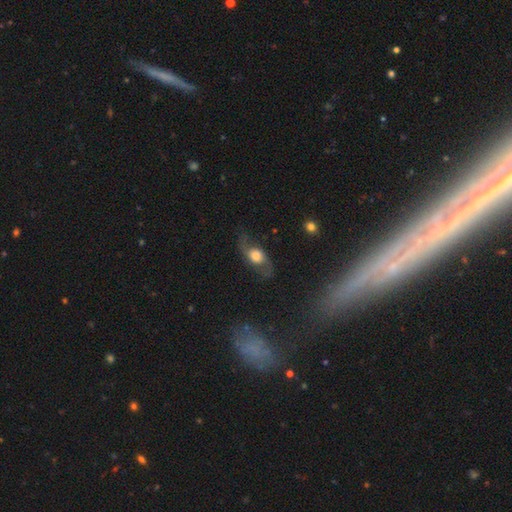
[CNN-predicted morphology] Smooth or featured?
  - featured or disk: 66% *
  - smooth: 27%
  - star or artifact: 8%
Edge-on disk?
  - no: 84% *
  - yes: 16%
Bar?
  - no: 73% *
  - weak: 22%
  - strong: 5%
Spiral arms?
  - yes: 87% *
  - no: 13%
Bulge size?
  - large: 53% *
  - moderate: 30%
  - dominant: 10%
  - small: 5%
  - none: 2%
Merging?
  - none: 69% *
  - minor disturbance: 17%
  - major disturbance: 12%
  - merger: 2%